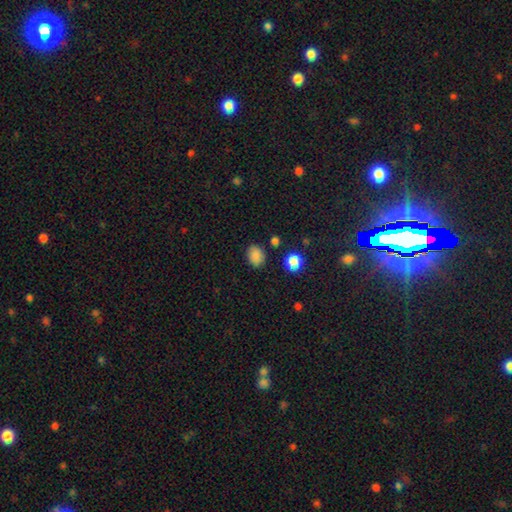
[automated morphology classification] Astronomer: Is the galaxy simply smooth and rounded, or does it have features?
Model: smooth — 84%.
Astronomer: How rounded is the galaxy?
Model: in between — 60% (runner-up: round, 40%).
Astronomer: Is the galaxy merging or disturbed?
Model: none — 81%.